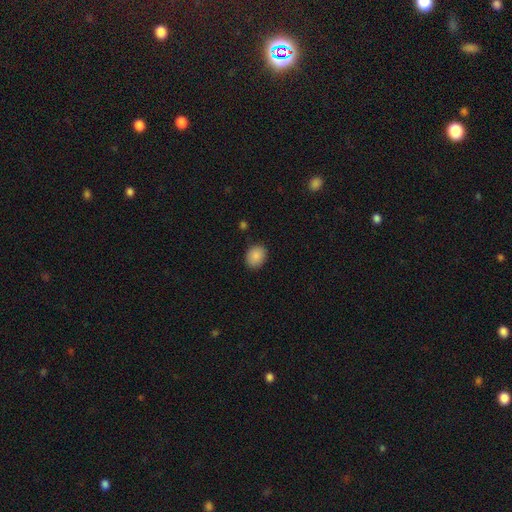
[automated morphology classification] Smooth or featured?
  - smooth: 88% *
  - star or artifact: 8%
  - featured or disk: 4%
How rounded?
  - round: 50% *
  - in between: 49%
  - cigar-shaped: 1%
Merging?
  - none: 86% *
  - minor disturbance: 10%
  - major disturbance: 2%
  - merger: 1%